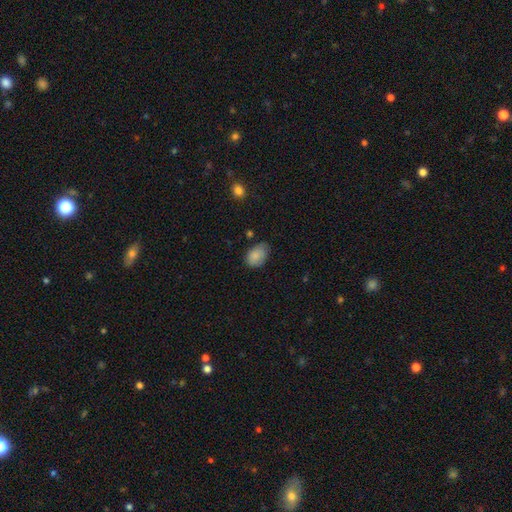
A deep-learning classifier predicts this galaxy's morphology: smooth-or-featured: smooth: 84% | featured or disk: 8% | star or artifact: 8%
  how-rounded: in between: 84% | round: 15% | cigar-shaped: 1%
  merging: none: 62% | minor disturbance: 30% | major disturbance: 5% | merger: 2%